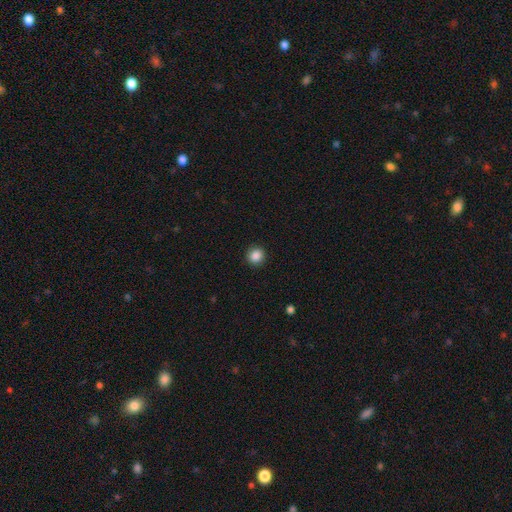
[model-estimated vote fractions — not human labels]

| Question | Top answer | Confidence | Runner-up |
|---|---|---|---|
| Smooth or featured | smooth | 87% | star or artifact (10%) |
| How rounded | round | 90% | in between (9%) |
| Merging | none | 91% | minor disturbance (6%) |